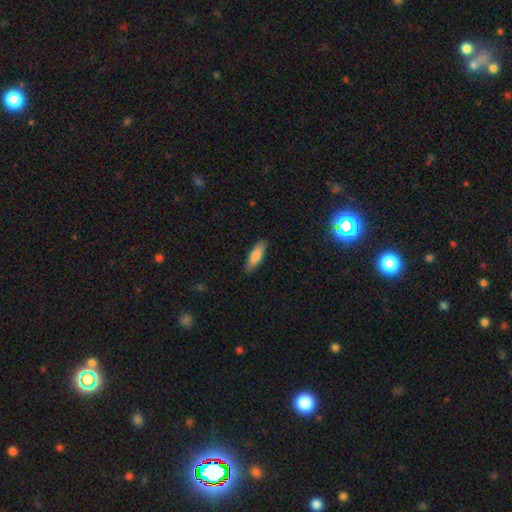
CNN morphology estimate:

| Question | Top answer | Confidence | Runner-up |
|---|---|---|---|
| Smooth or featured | smooth | 80% | featured or disk (14%) |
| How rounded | cigar-shaped | 50% | in between (48%) |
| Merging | none | 89% | minor disturbance (8%) |